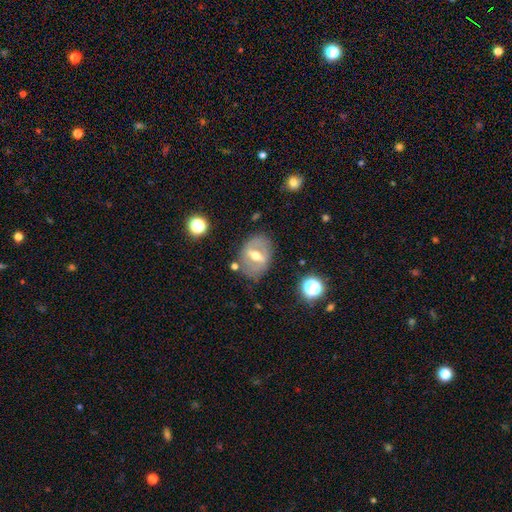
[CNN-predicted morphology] Q: Smooth or featured?
A: featured or disk (63%); runner-up: smooth (29%)
Q: Edge-on disk?
A: no (88%); runner-up: yes (12%)
Q: Bar?
A: strong (50%); runner-up: weak (37%)
Q: Spiral arms?
A: no (70%); runner-up: yes (30%)
Q: Bulge size?
A: moderate (71%); runner-up: small (18%)
Q: Merging?
A: none (75%); runner-up: minor disturbance (16%)